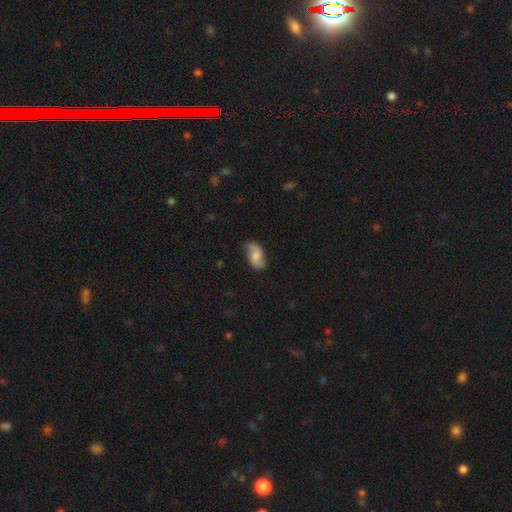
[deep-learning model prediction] This appears to be a featured or disk galaxy (53%) with no bar (65%), spiral arms (91%) and a moderate central bulge (46%). Merging: none (75%).